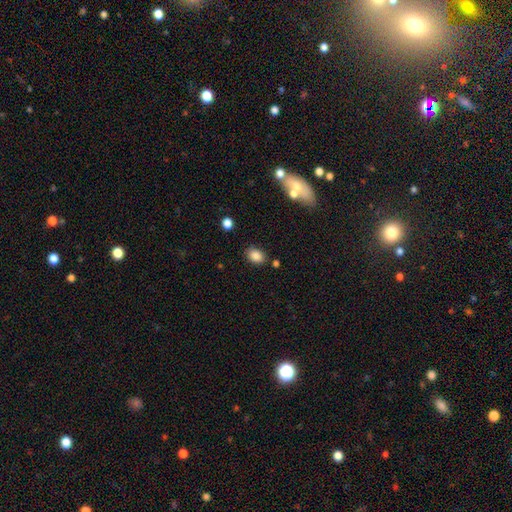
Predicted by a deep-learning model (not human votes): Q: Smooth or featured?
A: smooth (85%); runner-up: star or artifact (10%)
Q: How rounded?
A: in between (66%); runner-up: round (33%)
Q: Merging?
A: none (80%); runner-up: minor disturbance (12%)